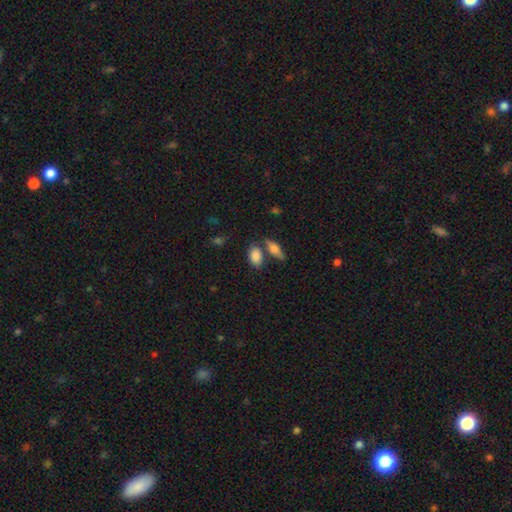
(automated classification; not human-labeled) This appears to be a smooth galaxy with no disk features (84%) that is in between round and cigar-shaped (87%). Merging: none (60%).